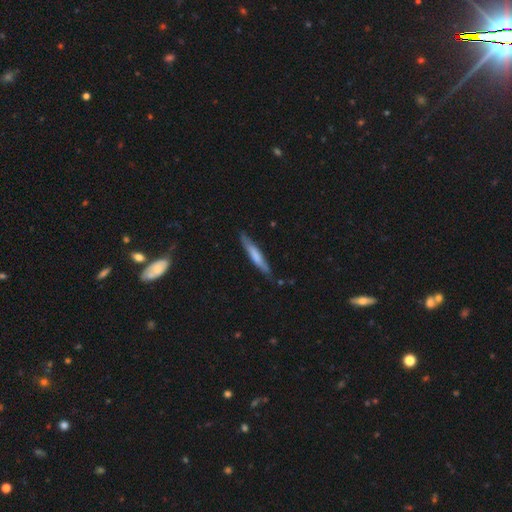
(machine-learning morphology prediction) A smooth galaxy with no disk features (61%) that is cigar-shaped (93%). Merging: none (82%).